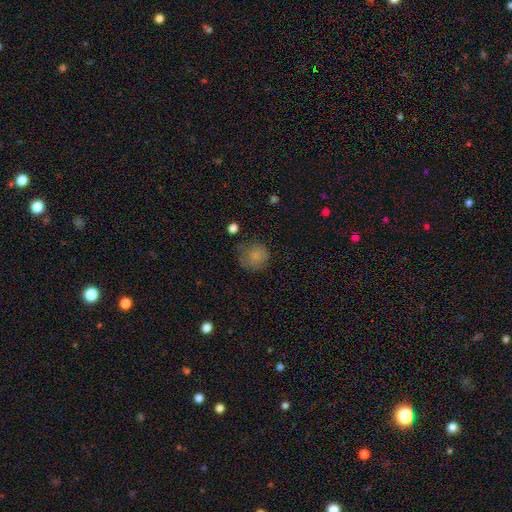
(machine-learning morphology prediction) Smooth or featured?
  - smooth: 80% *
  - star or artifact: 11%
  - featured or disk: 9%
How rounded?
  - round: 86% *
  - in between: 13%
  - cigar-shaped: 1%
Merging?
  - none: 60% *
  - minor disturbance: 26%
  - major disturbance: 12%
  - merger: 2%